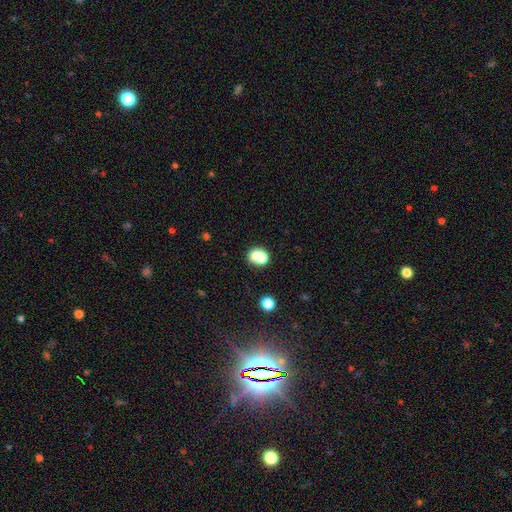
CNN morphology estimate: A smooth galaxy with no disk features (71%) that is round (64%).

Vote fractions:
- Smooth or featured? smooth: 71% / featured or disk: 17% / star or artifact: 12%
- How rounded? round: 64% / in between: 35% / cigar-shaped: 1%
- Merging? merger: 46% / none: 37% / minor disturbance: 11% / major disturbance: 5%